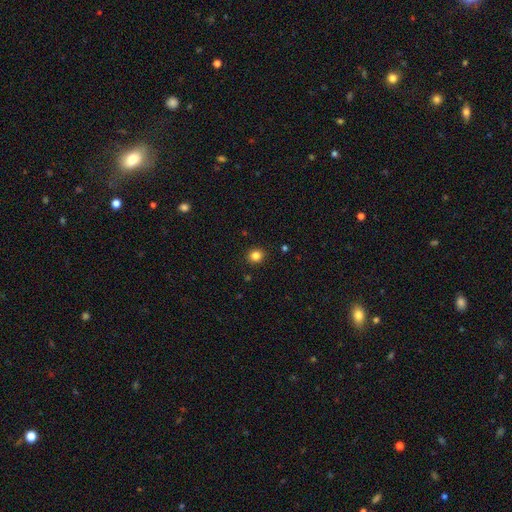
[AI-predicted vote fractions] Overall: smooth (83%). How rounded: round (85%). Merging: none (91%).